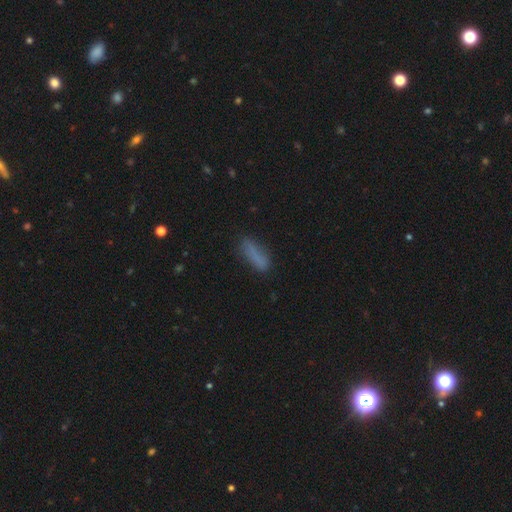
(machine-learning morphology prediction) smooth 77%, featured or disk 12%, star or artifact 11%. Down the decision tree: how rounded — cigar-shaped (53%); merging — none (68%).